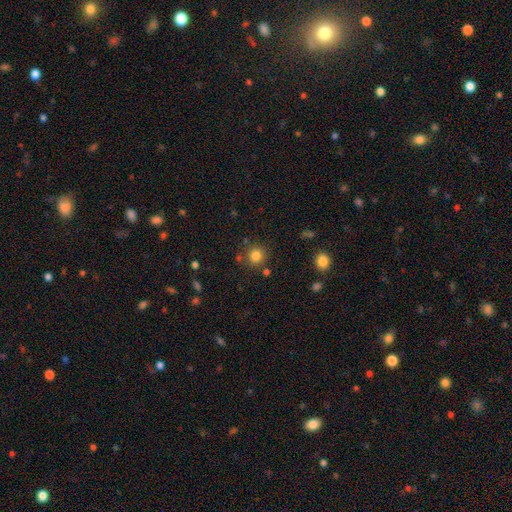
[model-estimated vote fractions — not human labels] Smooth or featured? Predicted: smooth (p=0.81). How rounded? Predicted: round (p=0.91). Merging? Predicted: none (p=0.82).